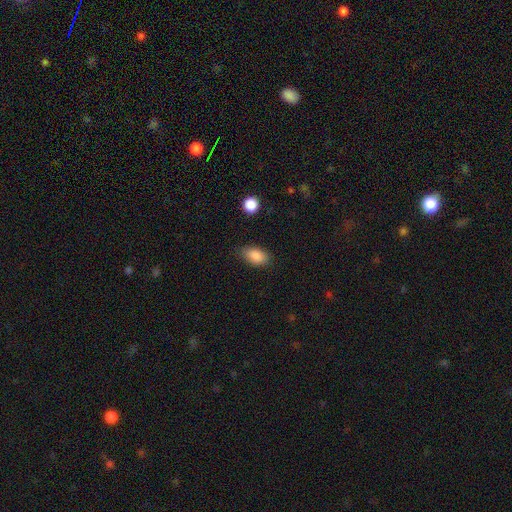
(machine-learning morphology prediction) The model was most divided on "merging": none: 79%, minor disturbance: 16%, major disturbance: 4%, merger: 1%. More confident: how rounded — in between (91%); smooth or featured — smooth (87%).